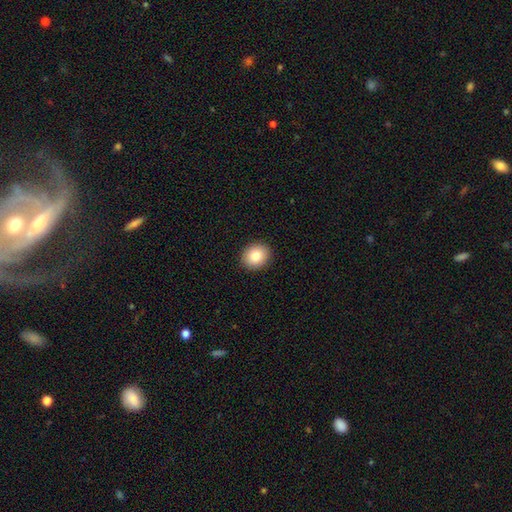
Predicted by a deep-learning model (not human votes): This is clearly a smooth galaxy (82%). How rounded: likely round (66%). Merging: clearly none (91%).